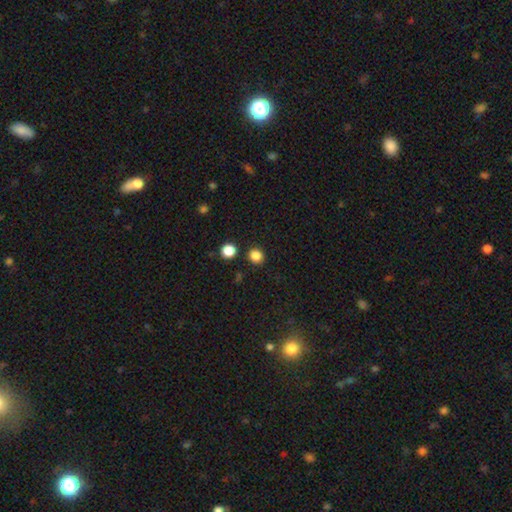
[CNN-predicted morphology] This is clearly a smooth galaxy (85%). How rounded: clearly round (89%). Merging: clearly none (88%).